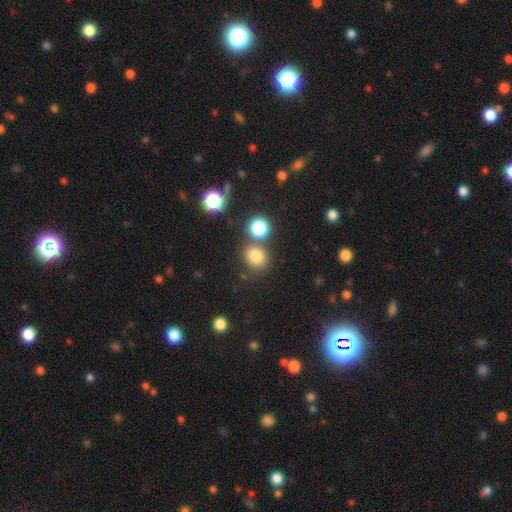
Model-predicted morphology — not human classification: Smooth or featured? Predicted: smooth (p=0.78). How rounded? Predicted: round (p=0.77). Merging? Predicted: none (p=0.71).